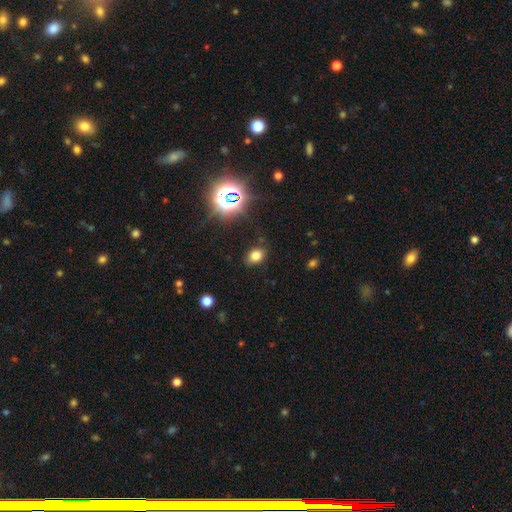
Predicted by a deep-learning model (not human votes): smooth-or-featured: smooth: 73% | star or artifact: 19% | featured or disk: 7%
  how-rounded: in between: 59% | round: 40% | cigar-shaped: 1%
  merging: none: 83% | minor disturbance: 12% | major disturbance: 4% | merger: 2%